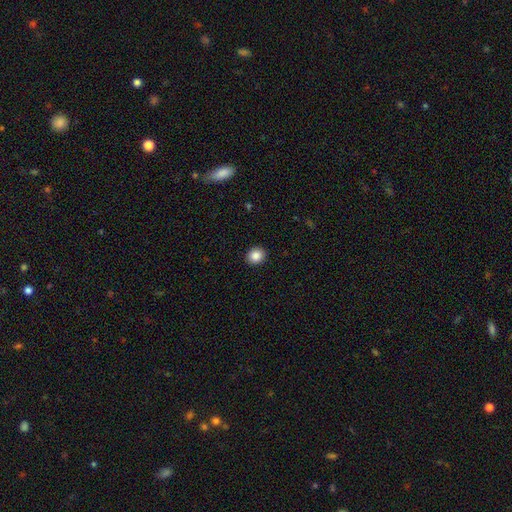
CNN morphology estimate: This appears to be a smooth galaxy with no disk features (87%) that is round (73%). Merging: none (92%).